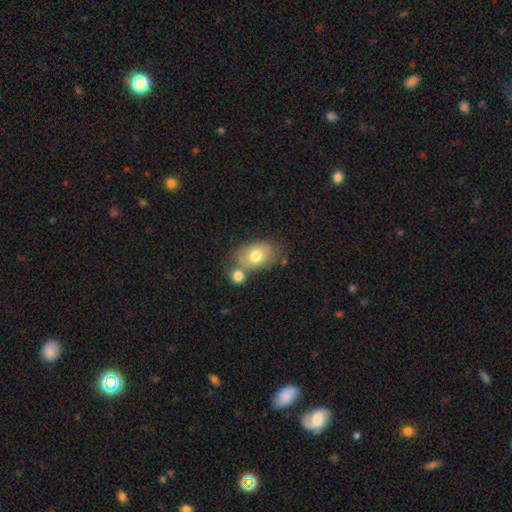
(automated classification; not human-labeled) Q: Smooth or featured?
A: smooth (74%); runner-up: featured or disk (17%)
Q: How rounded?
A: in between (79%); runner-up: round (20%)
Q: Merging?
A: none (52%); runner-up: merger (29%)